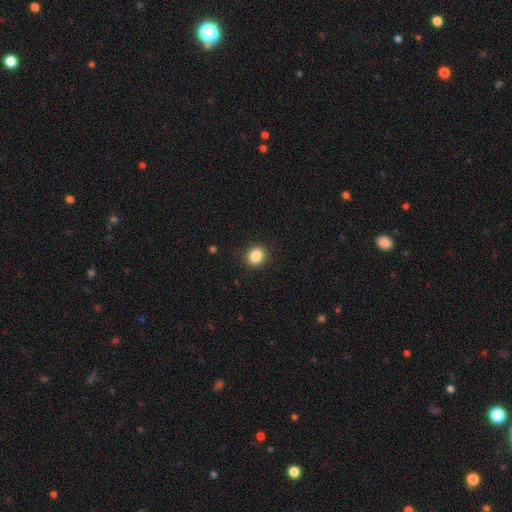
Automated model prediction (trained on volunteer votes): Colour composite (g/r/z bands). It shows a smooth galaxy with no disk features (86%) that is round (77%). Merging: none (90%).